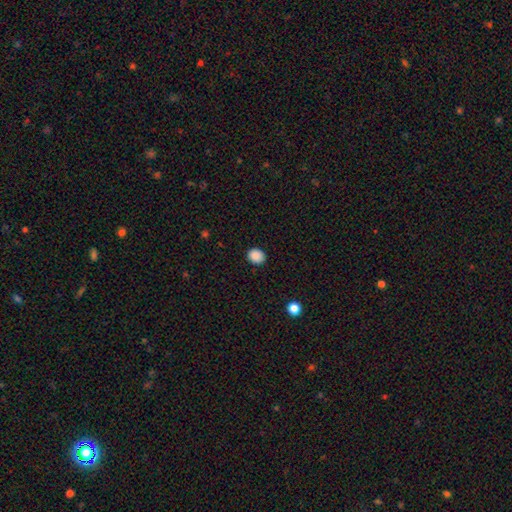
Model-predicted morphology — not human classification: type=smooth (88%); roundness=round (59%); merging=none (89%).